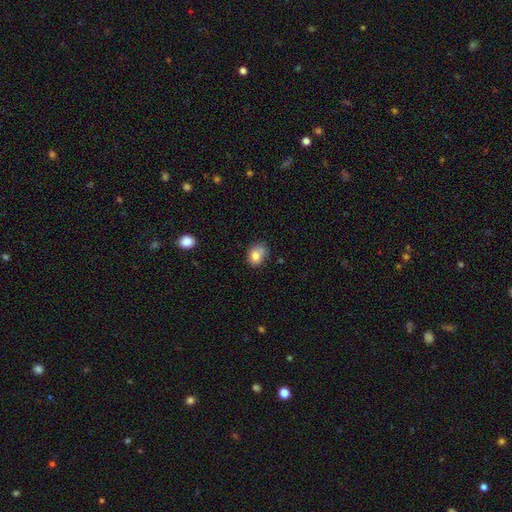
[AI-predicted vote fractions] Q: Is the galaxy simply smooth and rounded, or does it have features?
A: smooth — 80%.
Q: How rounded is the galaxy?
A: in between — 57%.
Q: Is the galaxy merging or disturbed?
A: none — 59%.